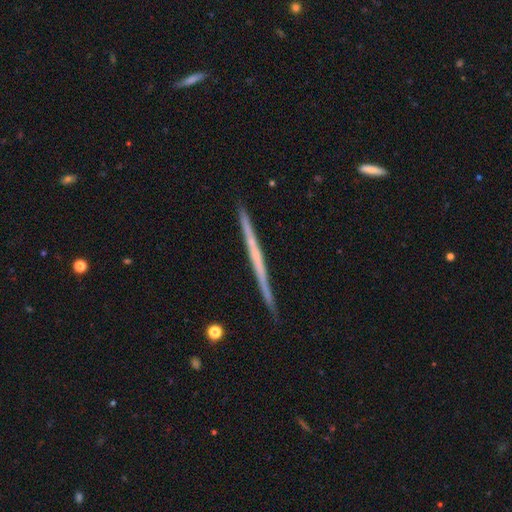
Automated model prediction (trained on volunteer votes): Morphology: type=featured or disk (65%); edge-on=yes (98%); edge-on bulge=none (87%); merging=none (90%).